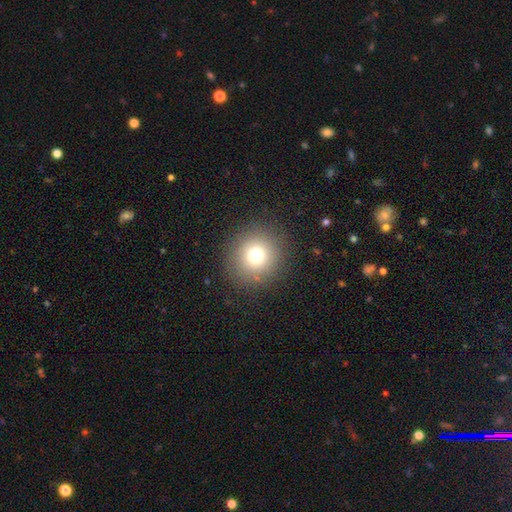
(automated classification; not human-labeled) Overall: smooth (73%). How rounded: round (93%). Merging: none (88%).